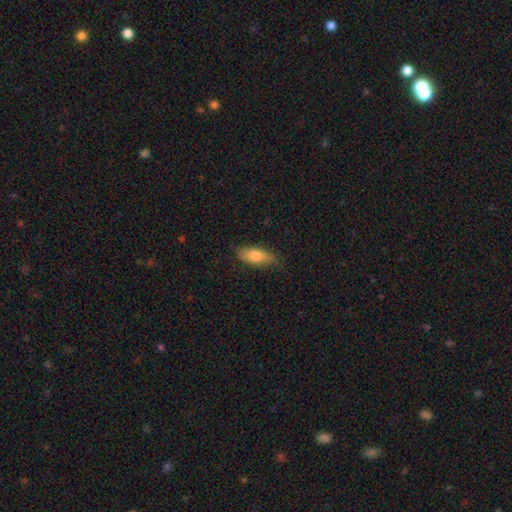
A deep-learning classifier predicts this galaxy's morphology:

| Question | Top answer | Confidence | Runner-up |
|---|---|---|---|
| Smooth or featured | smooth | 74% | featured or disk (19%) |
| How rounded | in between | 75% | cigar-shaped (22%) |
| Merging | none | 79% | minor disturbance (17%) |